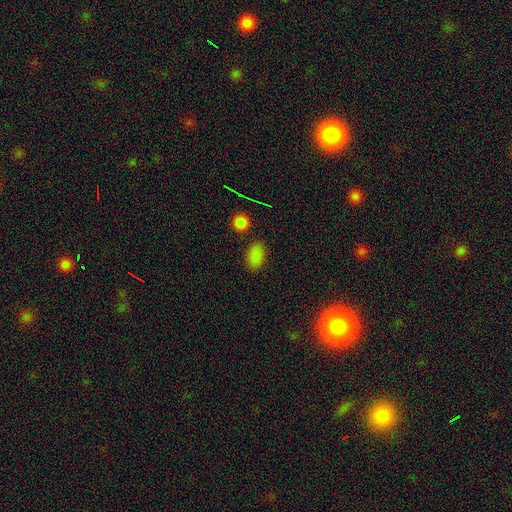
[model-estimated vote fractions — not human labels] smooth 83%, star or artifact 13%, featured or disk 4%. Down the decision tree: how rounded — in between (88%); merging — none (83%).